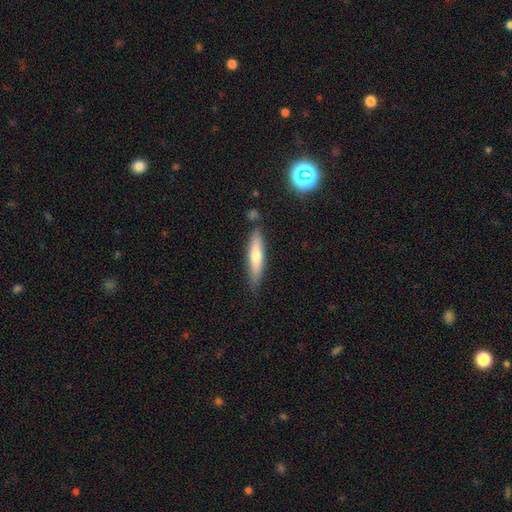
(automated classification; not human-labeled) Morphology: type=smooth (60%); roundness=cigar-shaped (81%); merging=none (80%).